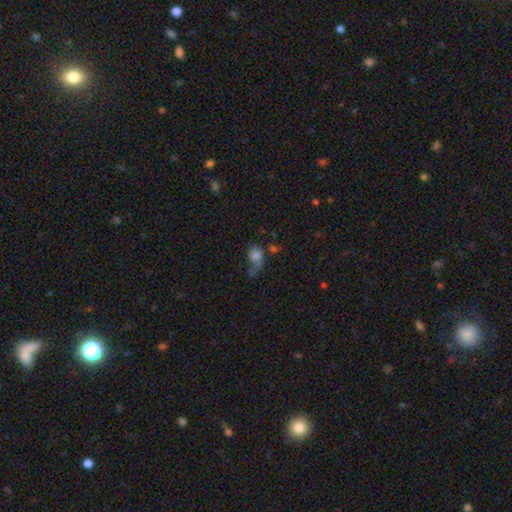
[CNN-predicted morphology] A smooth galaxy with no disk features (70%) that is in between round and cigar-shaped (54%). Merging: major disturbance (36%).